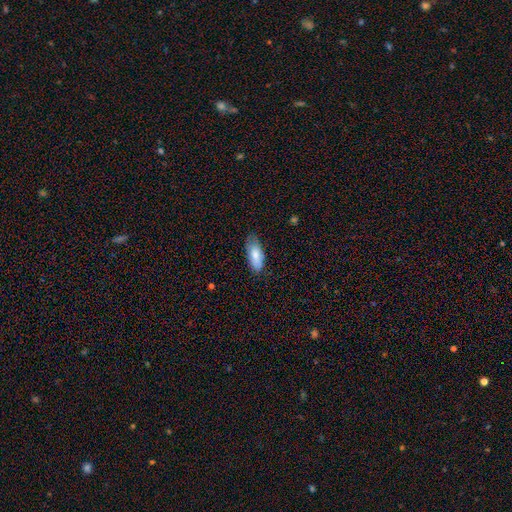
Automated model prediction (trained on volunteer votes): The model was most divided on "merging": none: 67%, minor disturbance: 27%, major disturbance: 5%, merger: 1%. More confident: how rounded — in between (84%); smooth or featured — smooth (79%).